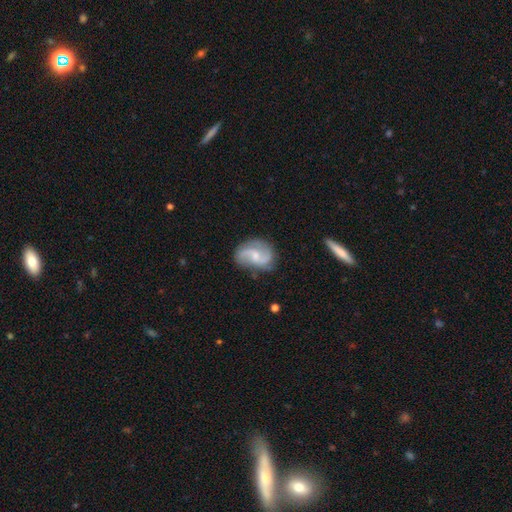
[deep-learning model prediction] Q: Smooth or featured?
A: featured or disk (83%); runner-up: smooth (12%)
Q: Edge-on disk?
A: no (98%); runner-up: yes (2%)
Q: Bar?
A: no (51%); runner-up: weak (41%)
Q: Spiral arms?
A: yes (96%); runner-up: no (4%)
Q: Spiral winding?
A: loose (46%); runner-up: medium (43%)
Q: Spiral arm count?
A: 2 (85%); runner-up: 3 (5%)
Q: Bulge size?
A: small (56%); runner-up: moderate (36%)
Q: Merging?
A: none (73%); runner-up: minor disturbance (19%)